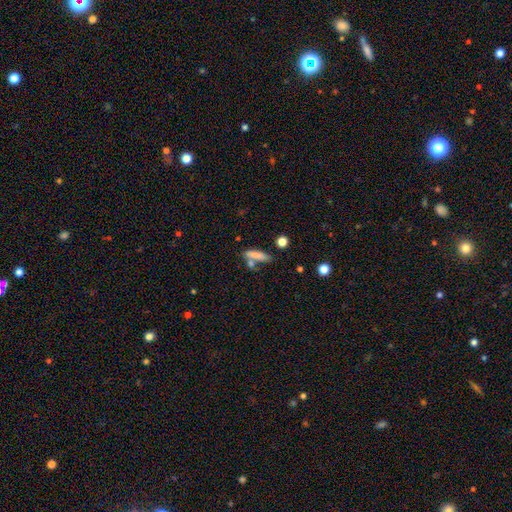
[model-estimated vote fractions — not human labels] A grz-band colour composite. It shows a smooth galaxy with no disk features (78%) that is cigar-shaped (72%). Merging: none (55%).